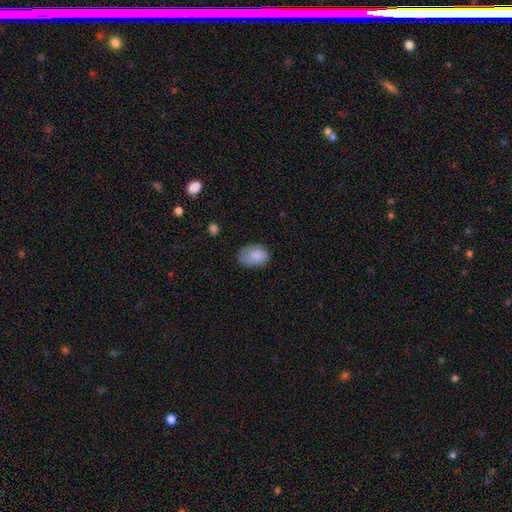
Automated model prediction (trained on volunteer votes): A smooth galaxy with no disk features (85%) that is in between round and cigar-shaped (82%).

Vote fractions:
- Smooth or featured? smooth: 85% / featured or disk: 8% / star or artifact: 7%
- How rounded? in between: 82% / round: 17% / cigar-shaped: 1%
- Merging? none: 61% / minor disturbance: 29% / major disturbance: 8% / merger: 2%